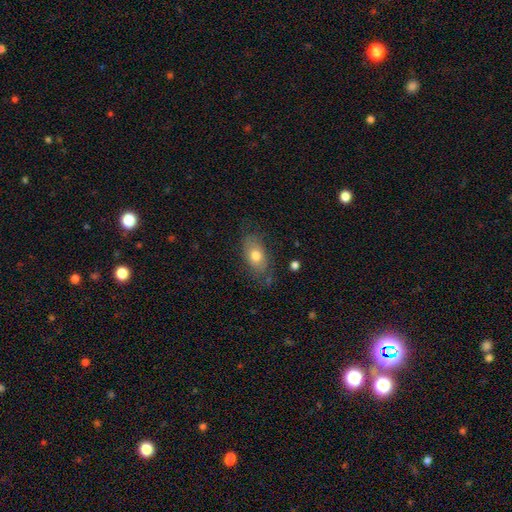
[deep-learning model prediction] Smooth or featured?
  - smooth: 70% *
  - featured or disk: 23%
  - star or artifact: 8%
How rounded?
  - in between: 87% *
  - round: 9%
  - cigar-shaped: 4%
Merging?
  - none: 68% *
  - minor disturbance: 22%
  - major disturbance: 7%
  - merger: 2%